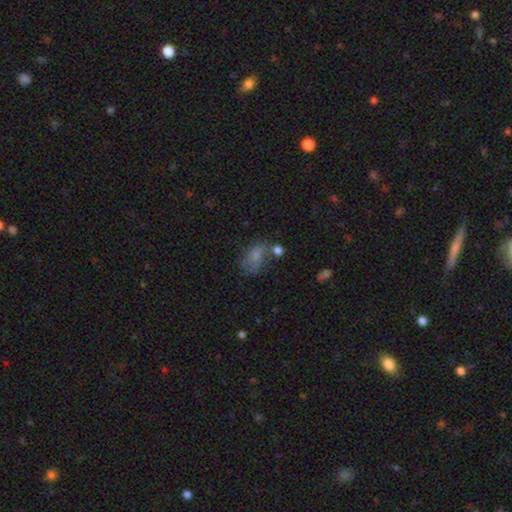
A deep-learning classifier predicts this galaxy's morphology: Smooth or featured? smooth (67%)
How rounded? in between (81%)
Merging? none (37%)